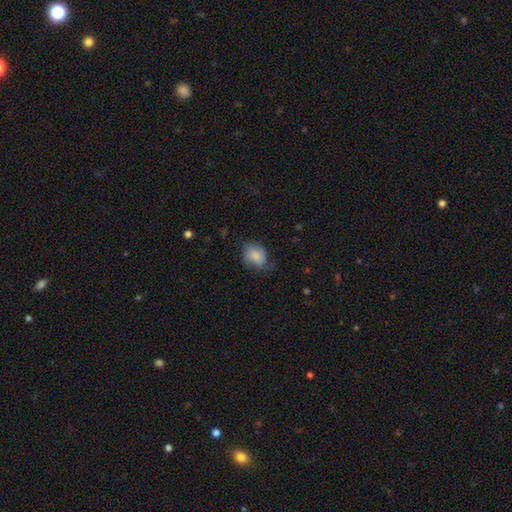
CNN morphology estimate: Smooth or featured?
  - smooth: 71% *
  - featured or disk: 21%
  - star or artifact: 8%
How rounded?
  - in between: 55% *
  - round: 44%
  - cigar-shaped: 1%
Merging?
  - none: 51% *
  - minor disturbance: 32%
  - major disturbance: 15%
  - merger: 1%